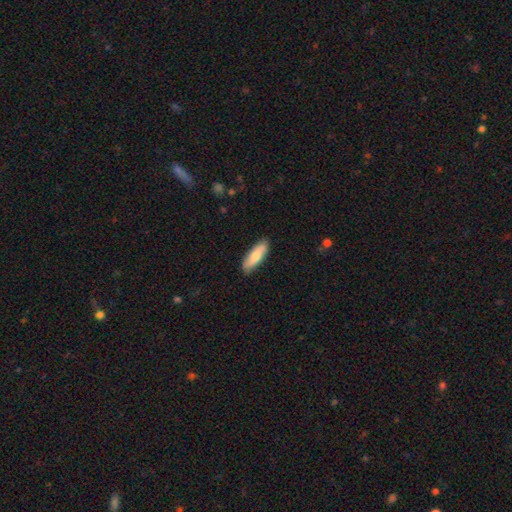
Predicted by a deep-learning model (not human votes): smooth 75%, featured or disk 20%, star or artifact 5%. Down the decision tree: how rounded — in between (52%); merging — none (88%).